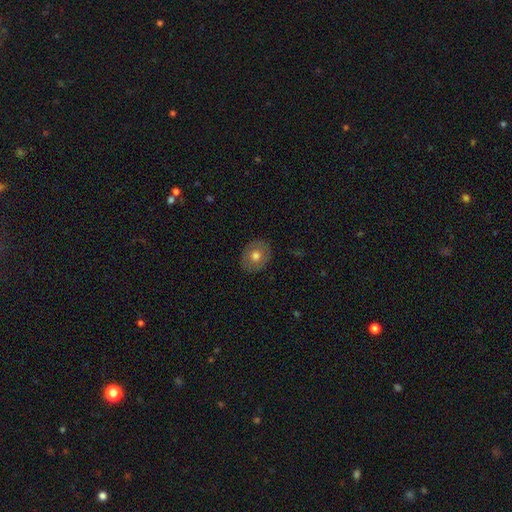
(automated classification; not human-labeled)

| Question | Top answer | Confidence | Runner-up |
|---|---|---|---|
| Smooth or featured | smooth | 65% | featured or disk (27%) |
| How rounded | round | 60% | in between (39%) |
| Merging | none | 87% | minor disturbance (10%) |